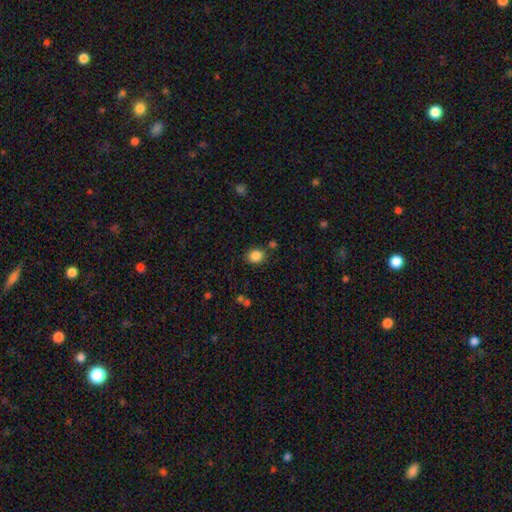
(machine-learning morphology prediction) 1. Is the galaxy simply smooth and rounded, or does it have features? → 86% smooth, 10% star or artifact, 4% featured or disk.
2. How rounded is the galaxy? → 62% round, 37% in between, 1% cigar-shaped.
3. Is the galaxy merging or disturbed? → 80% none, 11% minor disturbance, 5% merger, 3% major disturbance.